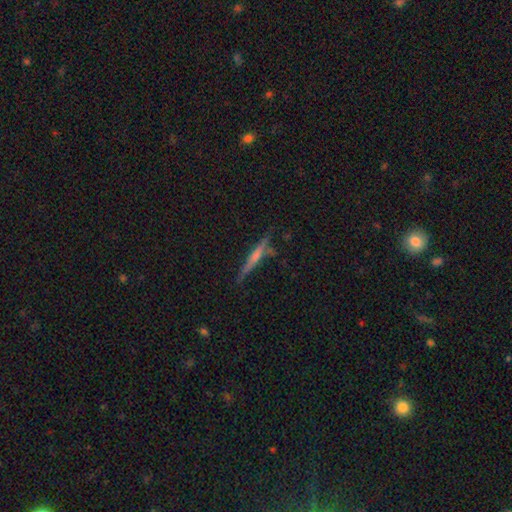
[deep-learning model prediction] Q: Smooth or featured?
A: featured or disk (64%); runner-up: smooth (23%)
Q: Edge-on disk?
A: yes (94%); runner-up: no (6%)
Q: Edge-on bulge?
A: rounded (70%); runner-up: none (21%)
Q: Merging?
A: none (80%); runner-up: minor disturbance (14%)